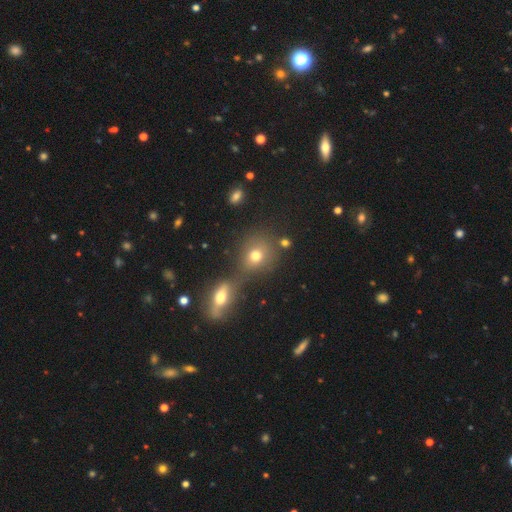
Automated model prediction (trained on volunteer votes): Morphology: type=smooth (73%); roundness=round (68%); merging=none (50%).